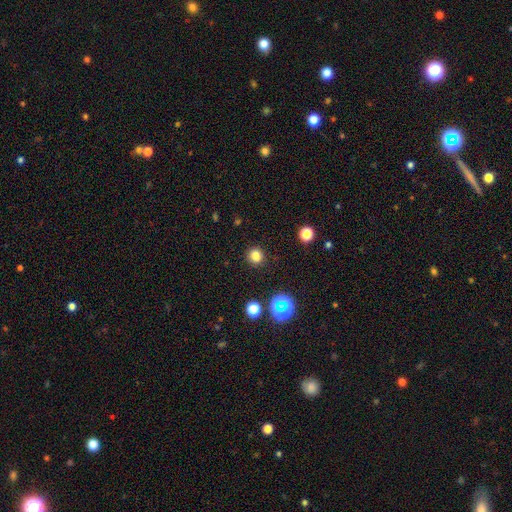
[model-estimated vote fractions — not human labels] Morphology: type=smooth (79%); roundness=round (84%); merging=none (88%).